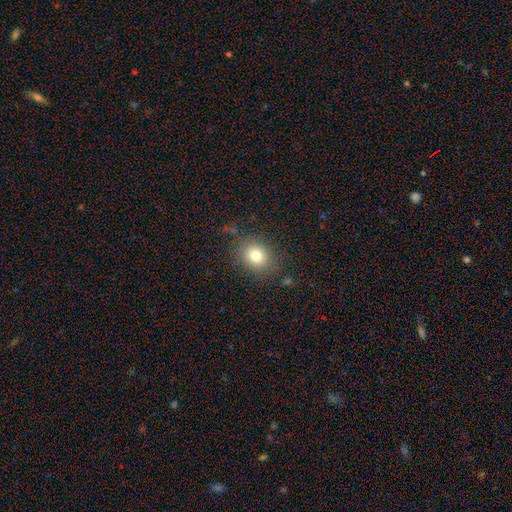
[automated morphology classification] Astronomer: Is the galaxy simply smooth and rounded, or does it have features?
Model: smooth — 78%.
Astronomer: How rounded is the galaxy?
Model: round — 70%.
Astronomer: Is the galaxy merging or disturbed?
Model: none — 82%.